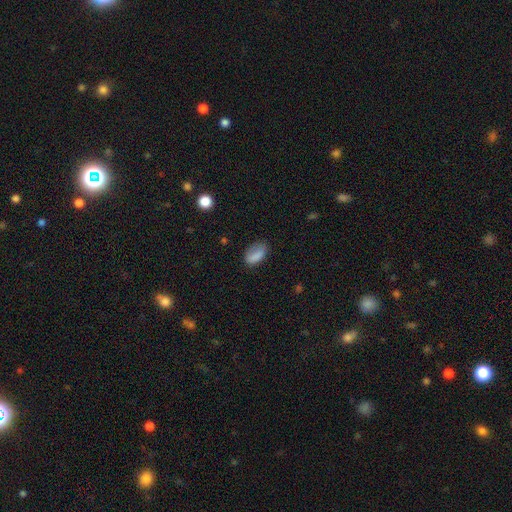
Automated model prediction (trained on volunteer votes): Smooth or featured? Predicted: smooth (p=0.83). How rounded? Predicted: in between (p=0.90). Merging? Predicted: none (p=0.63).